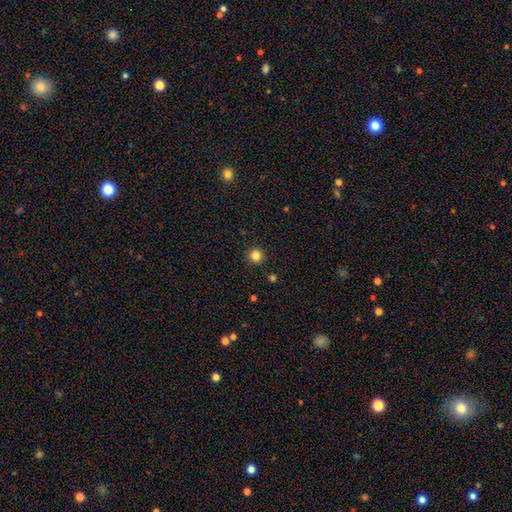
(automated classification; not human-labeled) smooth-or-featured: smooth: 83% | star or artifact: 12% | featured or disk: 5%
  how-rounded: round: 95% | in between: 4% | cigar-shaped: 1%
  merging: none: 91% | minor disturbance: 5% | major disturbance: 2% | merger: 1%